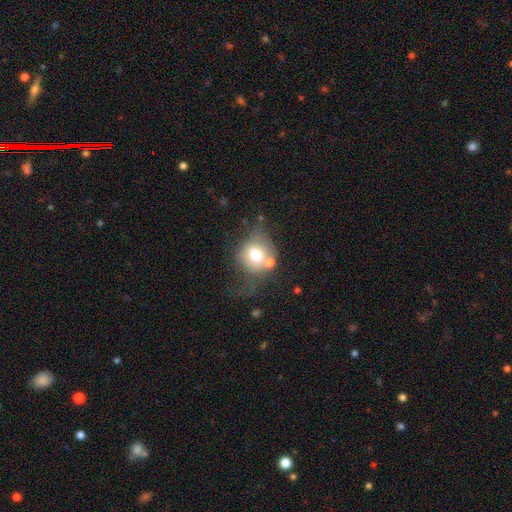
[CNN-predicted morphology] The model was most divided on "merging": none: 35%, merger: 23%, minor disturbance: 21%, major disturbance: 21%. More confident: how rounded — round (73%); smooth or featured — smooth (65%).